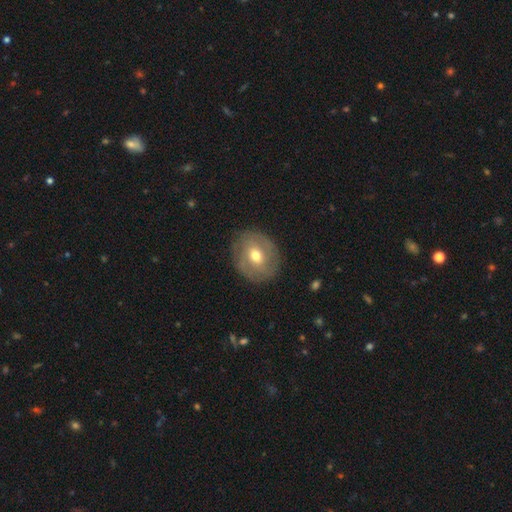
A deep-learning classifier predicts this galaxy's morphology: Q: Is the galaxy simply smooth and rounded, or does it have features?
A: featured or disk — 49%.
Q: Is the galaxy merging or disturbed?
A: none — 82%.